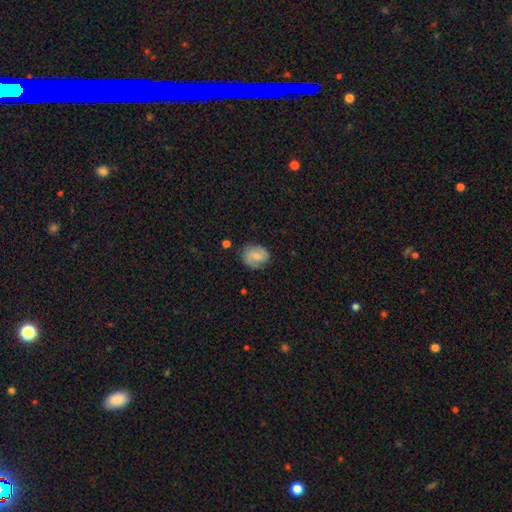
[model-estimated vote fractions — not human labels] Smooth or featured: smooth — 60% (featured or disk — 32%)
How rounded: round — 58% (in between — 41%)
Merging: none — 73% (minor disturbance — 20%)